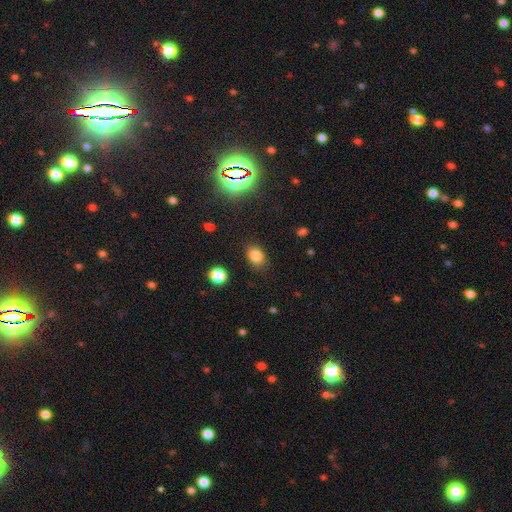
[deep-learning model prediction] Overall: smooth (82%). How rounded: in between (73%). Merging: none (84%).